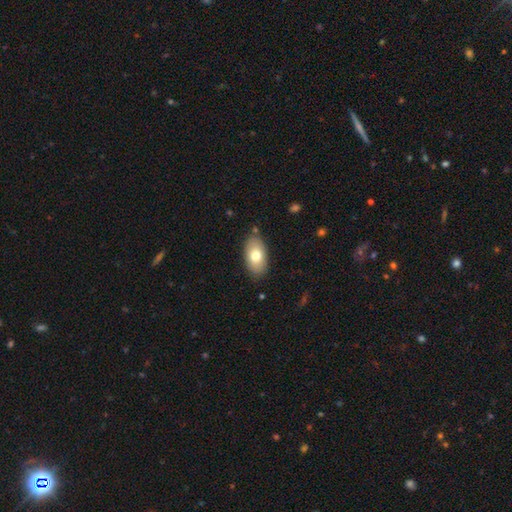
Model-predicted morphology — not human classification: smooth 74%, featured or disk 19%, star or artifact 7%. Down the decision tree: how rounded — in between (94%); merging — none (84%).